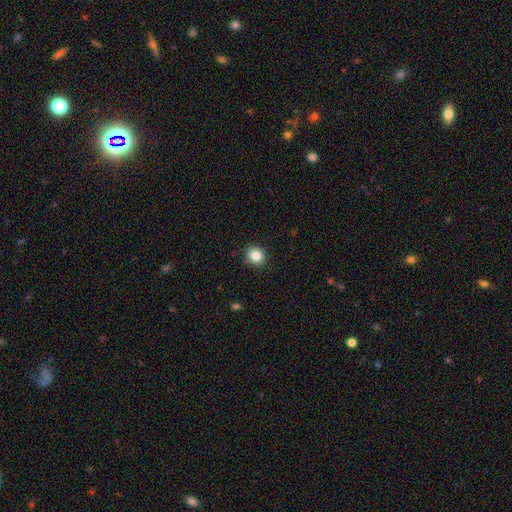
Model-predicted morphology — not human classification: Q: Smooth or featured?
A: smooth (85%); runner-up: star or artifact (10%)
Q: How rounded?
A: round (84%); runner-up: in between (15%)
Q: Merging?
A: none (90%); runner-up: minor disturbance (7%)